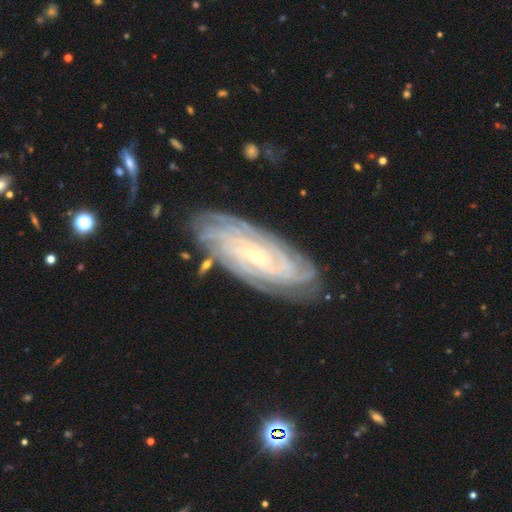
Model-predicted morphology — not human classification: Smooth or featured?
  - featured or disk: 87% *
  - smooth: 8%
  - star or artifact: 6%
Edge-on disk?
  - no: 92% *
  - yes: 8%
Bar?
  - no: 58% *
  - weak: 30%
  - strong: 12%
Spiral arms?
  - yes: 97% *
  - no: 3%
Spiral winding?
  - tight: 82% *
  - medium: 15%
  - loose: 3%
Spiral arm count?
  - can't tell: 29% *
  - 4: 25%
  - more than 4: 20%
  - 3: 11%
  - 2: 8%
  - 1: 6%
Bulge size?
  - small: 78% *
  - moderate: 18%
  - none: 1%
  - large: 1%
  - dominant: 1%
Merging?
  - none: 82% *
  - minor disturbance: 13%
  - major disturbance: 3%
  - merger: 2%